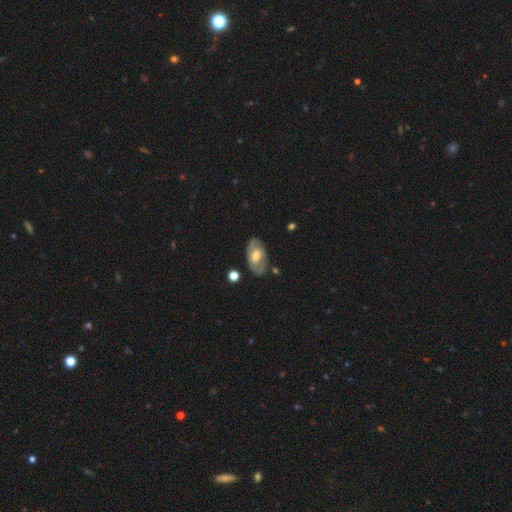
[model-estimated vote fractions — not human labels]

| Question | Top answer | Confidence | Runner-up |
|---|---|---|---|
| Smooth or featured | featured or disk | 60% | smooth (34%) |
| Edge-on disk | no | 92% | yes (8%) |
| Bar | no | 52% | weak (39%) |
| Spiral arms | yes | 67% | no (33%) |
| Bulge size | moderate | 69% | small (17%) |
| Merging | none | 75% | minor disturbance (18%) |